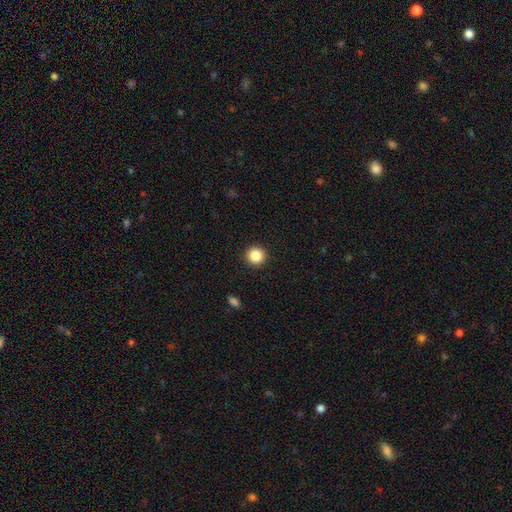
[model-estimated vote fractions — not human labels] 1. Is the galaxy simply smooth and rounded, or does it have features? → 86% smooth, 10% star or artifact, 4% featured or disk.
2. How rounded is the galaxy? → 95% round, 4% in between, 1% cigar-shaped.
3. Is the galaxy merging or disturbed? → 93% none, 5% minor disturbance, 2% major disturbance, 1% merger.